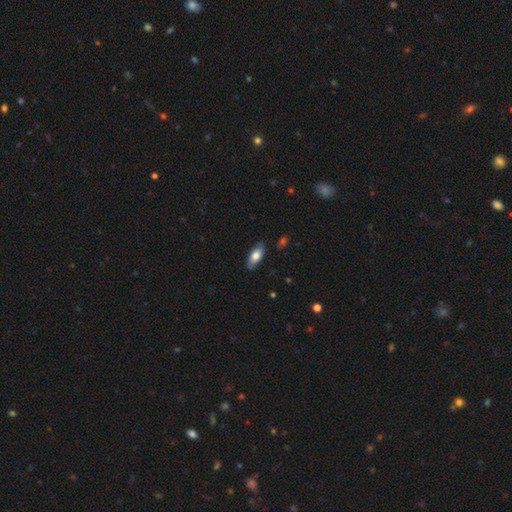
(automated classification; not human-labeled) Smooth or featured?
  - smooth: 75% *
  - featured or disk: 19%
  - star or artifact: 6%
How rounded?
  - in between: 84% *
  - cigar-shaped: 13%
  - round: 2%
Merging?
  - none: 83% *
  - minor disturbance: 14%
  - major disturbance: 2%
  - merger: 1%